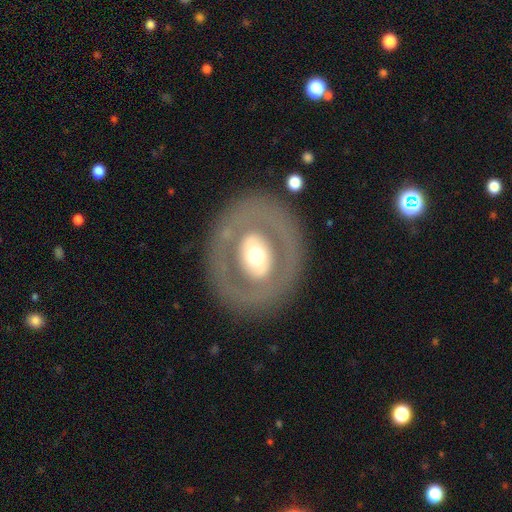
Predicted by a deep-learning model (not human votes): smooth-or-featured: featured or disk: 58% | smooth: 36% | star or artifact: 6%
  disk-edge-on: no: 92% | yes: 8%
    bar: no: 68% | weak: 17% | strong: 15%
    has-spiral-arms: no: 92% | yes: 8%
    bulge-size: moderate: 63% | large: 23% | small: 10% | dominant: 3% | none: 1%
  merging: none: 82% | minor disturbance: 9% | major disturbance: 8% | merger: 2%